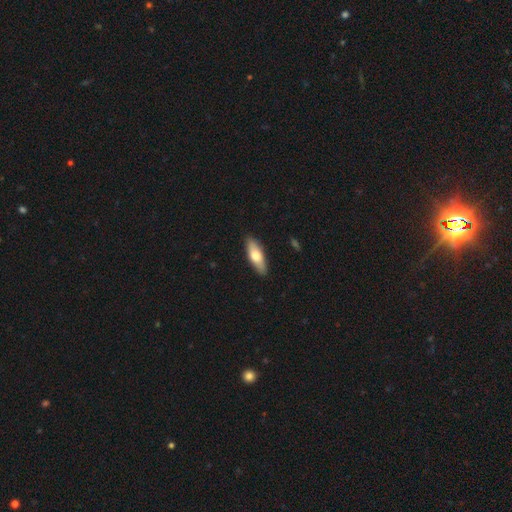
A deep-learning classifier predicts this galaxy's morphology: type=smooth (65%); roundness=in between (58%); merging=none (89%).